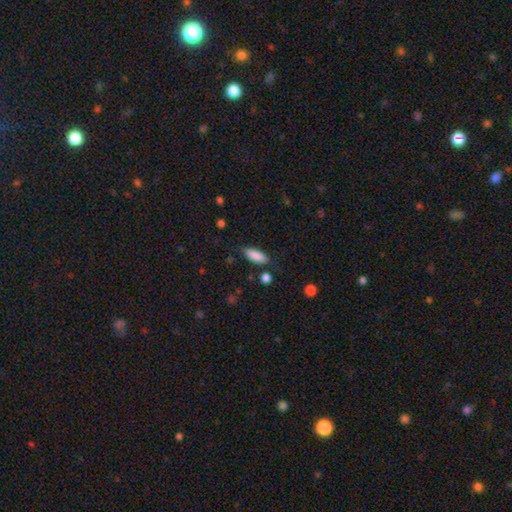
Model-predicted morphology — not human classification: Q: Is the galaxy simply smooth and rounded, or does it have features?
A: smooth — 87%.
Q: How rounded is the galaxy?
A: in between — 70%.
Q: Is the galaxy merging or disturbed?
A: none — 78%.